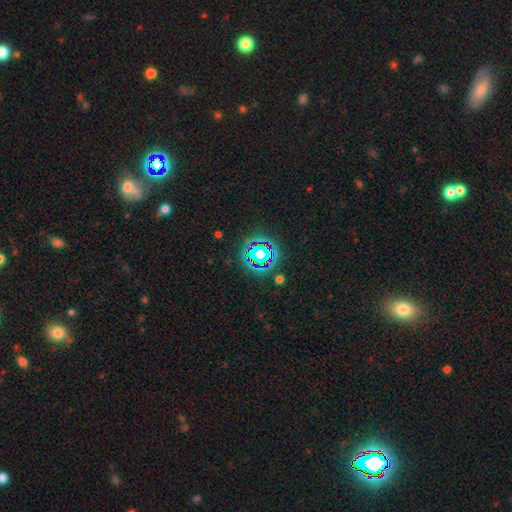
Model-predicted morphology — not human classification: smooth_or_featured: star or artifact (p=0.77) [alt: smooth p=0.13]